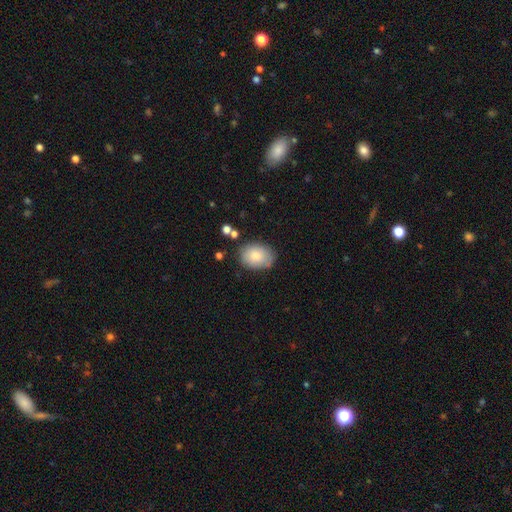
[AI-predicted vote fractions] Smooth or featured? smooth (82%)
How rounded? in between (76%)
Merging? none (76%)